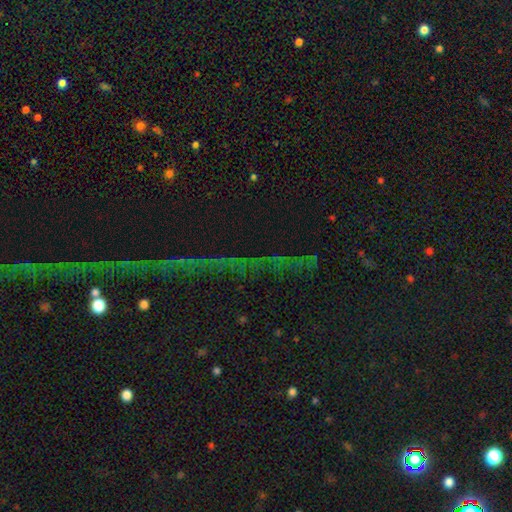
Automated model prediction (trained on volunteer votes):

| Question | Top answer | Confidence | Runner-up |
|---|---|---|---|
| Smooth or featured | star or artifact | 76% | featured or disk (13%) |